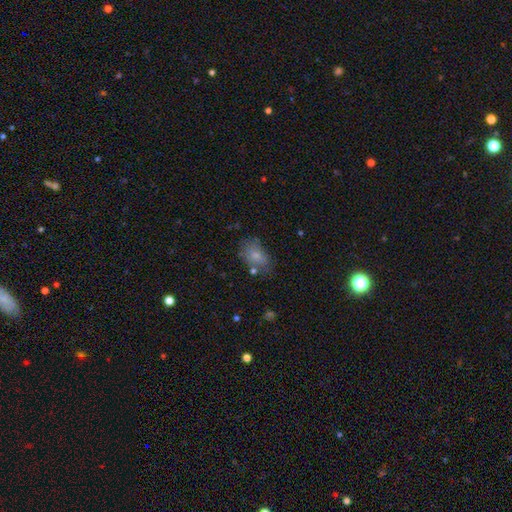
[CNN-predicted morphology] Smooth or featured? smooth (71%)
How rounded? in between (88%)
Merging? none (57%)